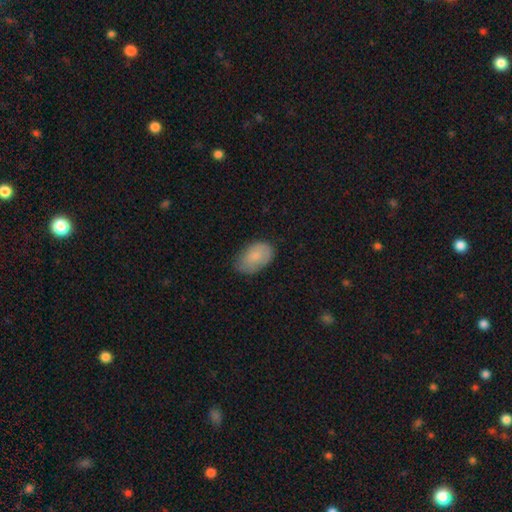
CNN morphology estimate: Smooth or featured? Predicted: smooth (p=0.81). How rounded? Predicted: in between (p=0.91). Merging? Predicted: none (p=0.63).